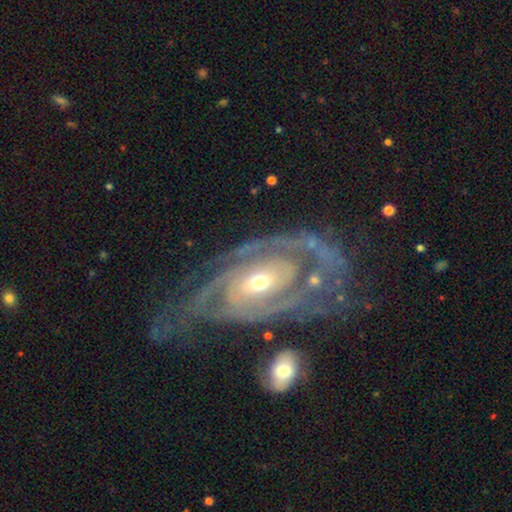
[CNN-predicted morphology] type=featured or disk (88%); edge-on=no (95%); bar=no (55%); spiral arms=yes (93%); winding=tight (65%); arm count=2 (38%); bulge=small (50%); merging=none (53%).